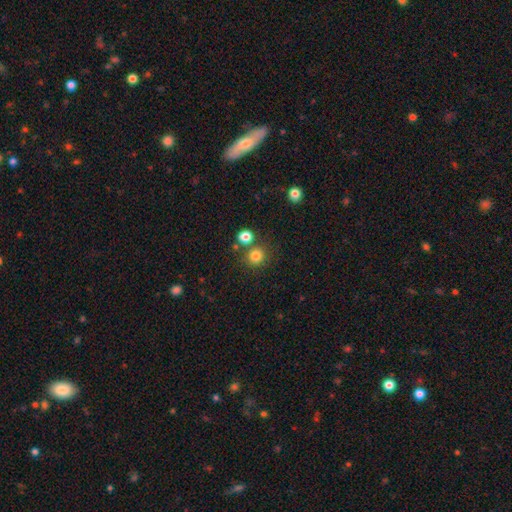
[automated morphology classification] type=smooth (81%); roundness=round (89%); merging=none (72%).